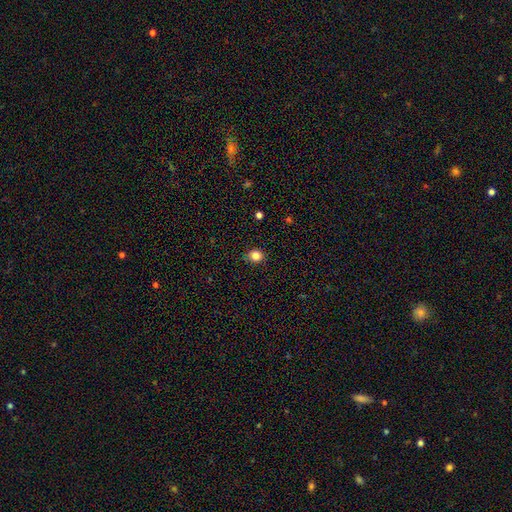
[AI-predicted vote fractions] This appears to be a smooth galaxy with no disk features (84%) that is round (76%). Merging: none (87%).